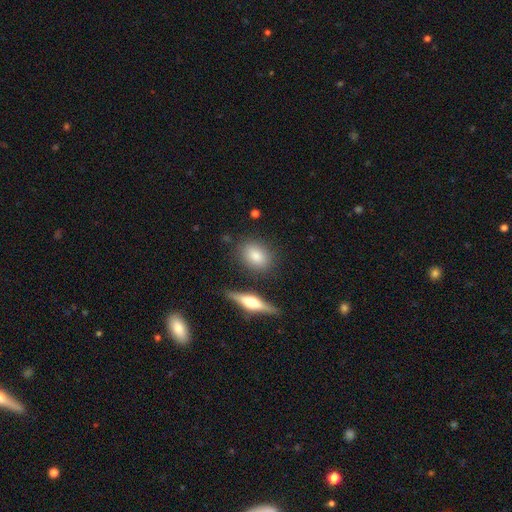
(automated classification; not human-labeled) Smooth or featured: smooth — 79% (featured or disk — 13%)
How rounded: in between — 58% (round — 37%)
Merging: none — 82% (minor disturbance — 11%)